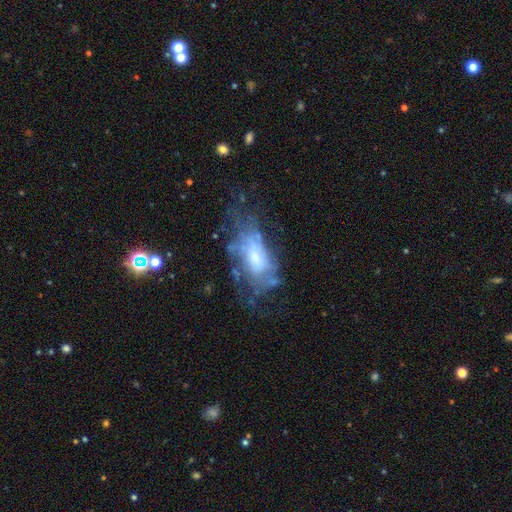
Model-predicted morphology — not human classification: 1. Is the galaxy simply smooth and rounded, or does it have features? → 61% featured or disk, 27% smooth, 11% star or artifact.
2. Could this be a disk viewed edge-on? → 91% no, 9% yes.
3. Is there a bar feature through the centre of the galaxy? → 70% no, 24% weak, 6% strong.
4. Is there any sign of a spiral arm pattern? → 55% yes, 45% no.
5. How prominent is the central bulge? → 33% small, 32% moderate, 19% none, 14% large, 2% dominant.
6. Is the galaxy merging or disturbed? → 48% none, 24% major disturbance, 23% minor disturbance, 4% merger.